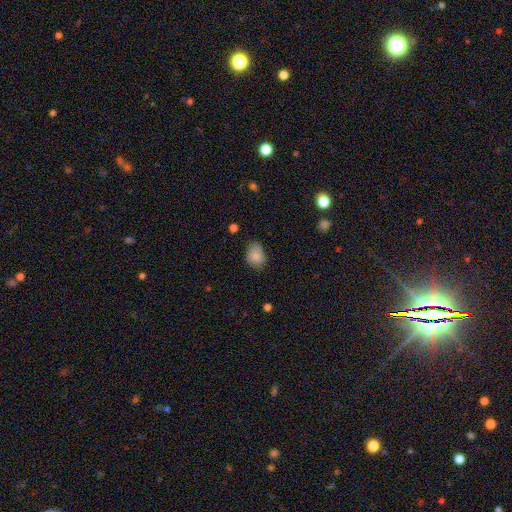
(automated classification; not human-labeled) Overall: smooth (81%). How rounded: in between (70%). Merging: none (67%; minor disturbance 27%).